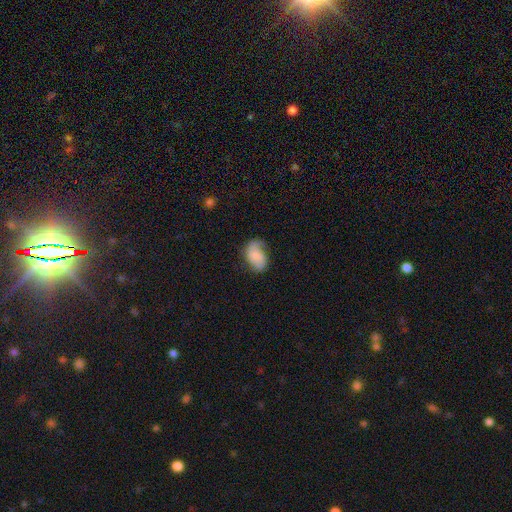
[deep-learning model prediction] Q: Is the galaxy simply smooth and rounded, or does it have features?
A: smooth — 52%.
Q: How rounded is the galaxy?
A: in between — 86%.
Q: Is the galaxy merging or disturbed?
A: none — 50%.